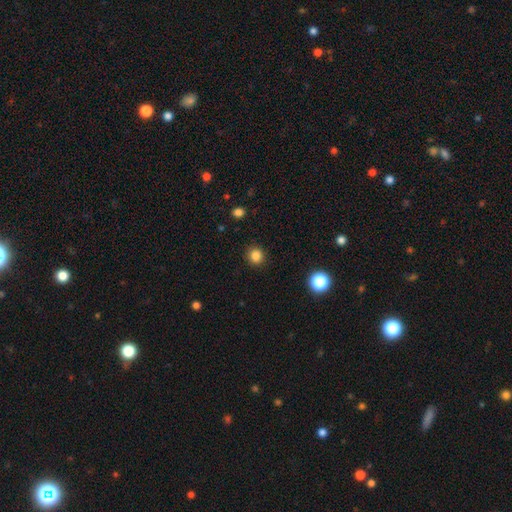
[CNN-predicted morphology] The model was most divided on "smooth or featured": smooth: 84%, star or artifact: 12%, featured or disk: 3%. More confident: merging — none (90%); how rounded — round (88%).